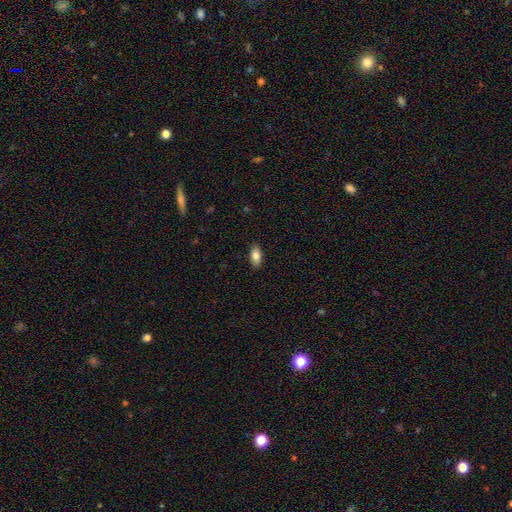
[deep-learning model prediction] This is clearly a smooth galaxy (84%). How rounded: clearly in between (91%). Merging: clearly none (88%).